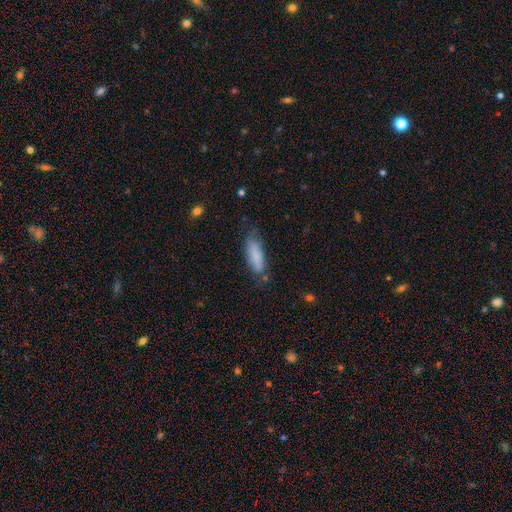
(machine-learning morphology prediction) Smooth or featured? Predicted: smooth (p=0.81). How rounded? Predicted: in between (p=0.54). Merging? Predicted: none (p=0.60).